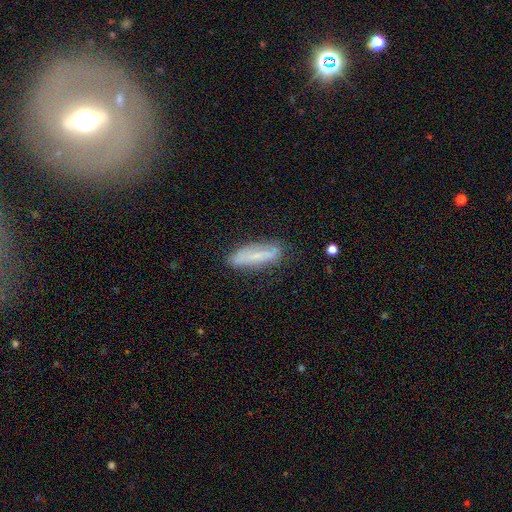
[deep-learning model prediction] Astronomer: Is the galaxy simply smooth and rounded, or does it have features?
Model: smooth — 58% (runner-up: featured or disk, 35%).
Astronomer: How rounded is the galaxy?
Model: cigar-shaped — 61% (runner-up: in between, 37%).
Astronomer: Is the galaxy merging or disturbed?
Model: none — 77%.